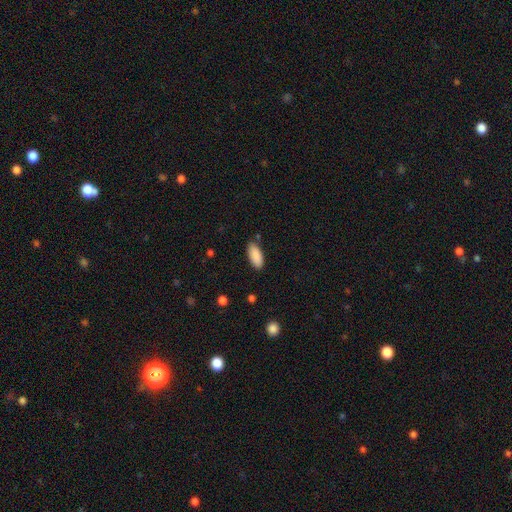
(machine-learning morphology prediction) smooth-or-featured: smooth: 90% | star or artifact: 6% | featured or disk: 4%
  how-rounded: in between: 87% | cigar-shaped: 11% | round: 2%
  merging: none: 82% | minor disturbance: 13% | major disturbance: 3% | merger: 2%